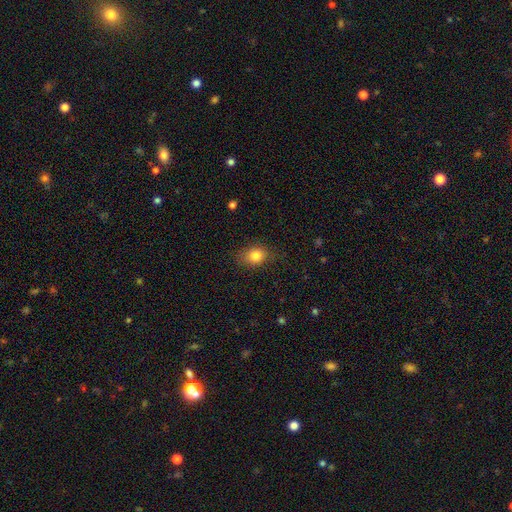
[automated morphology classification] The model was most divided on "how rounded": in between: 56%, round: 43%, cigar-shaped: 1%. More confident: smooth or featured — smooth (81%); merging — none (77%).